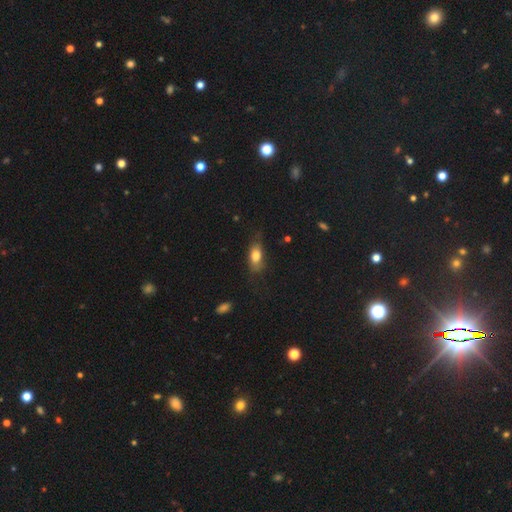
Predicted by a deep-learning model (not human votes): smooth 76%, featured or disk 16%, star or artifact 8%. Down the decision tree: how rounded — in between (82%); merging — none (64%).